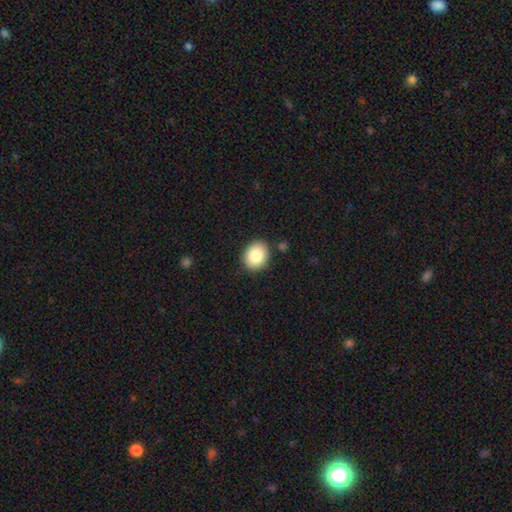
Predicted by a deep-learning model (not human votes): A smooth galaxy with no disk features (84%) that is round (57%).

Vote fractions:
- Smooth or featured? smooth: 84% / star or artifact: 8% / featured or disk: 8%
- How rounded? round: 57% / in between: 42% / cigar-shaped: 1%
- Merging? none: 87% / minor disturbance: 9% / major disturbance: 2% / merger: 2%